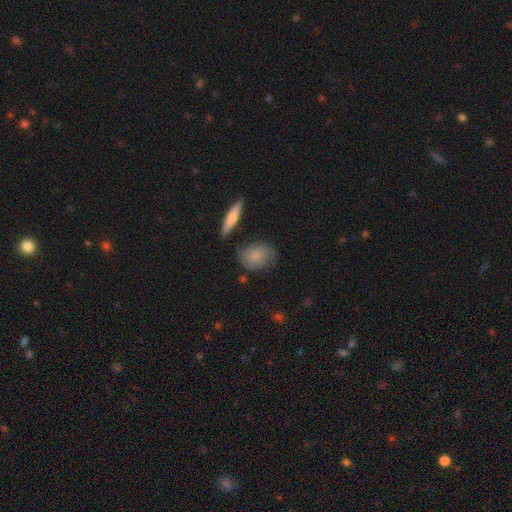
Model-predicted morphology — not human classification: Q: Smooth or featured?
A: smooth (62%); runner-up: featured or disk (30%)
Q: How rounded?
A: in between (56%); runner-up: round (39%)
Q: Merging?
A: none (70%); runner-up: minor disturbance (21%)